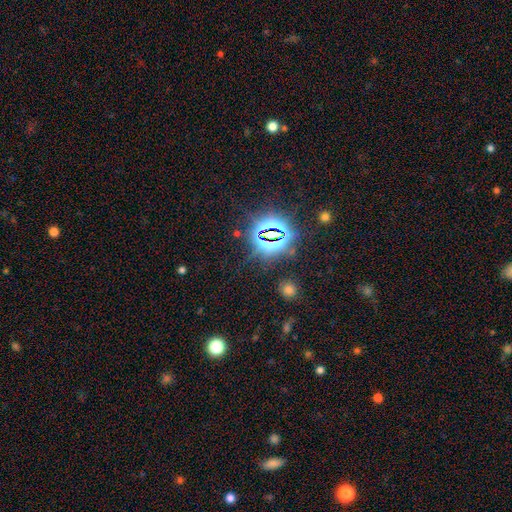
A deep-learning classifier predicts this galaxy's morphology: smooth_or_featured: star or artifact (p=0.81) [alt: smooth p=0.12]